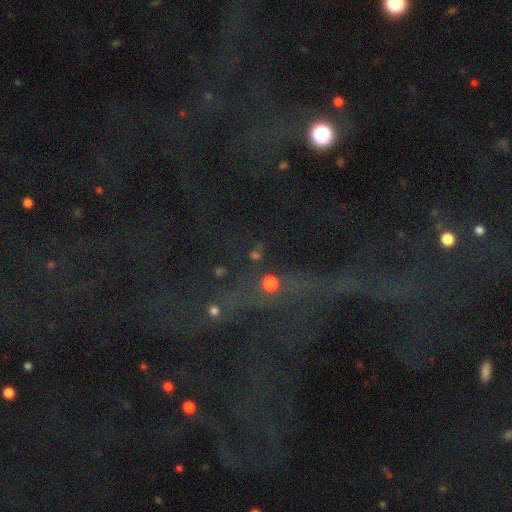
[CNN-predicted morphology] star or artifact 56%, smooth 29%, featured or disk 14%.